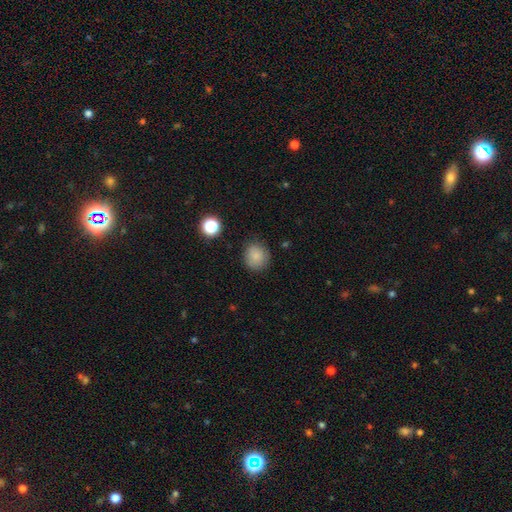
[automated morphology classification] This is clearly a smooth galaxy (83%). How rounded: clearly round (82%). Merging: clearly none (82%).